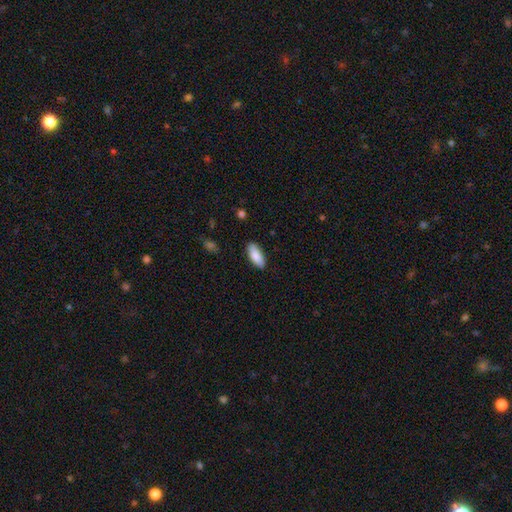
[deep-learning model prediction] Smooth or featured?
  - smooth: 87% *
  - featured or disk: 8%
  - star or artifact: 6%
How rounded?
  - in between: 79% *
  - cigar-shaped: 19%
  - round: 2%
Merging?
  - none: 87% *
  - minor disturbance: 10%
  - major disturbance: 2%
  - merger: 1%